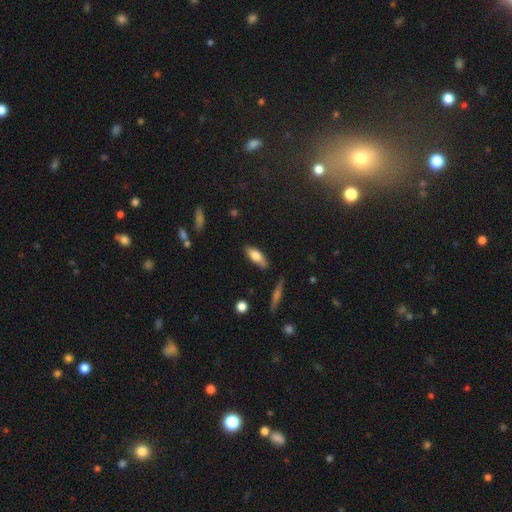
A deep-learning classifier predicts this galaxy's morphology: smooth_or_featured: smooth (p=0.73) [alt: featured or disk p=0.20]
how_rounded: in between (p=0.69) [alt: cigar-shaped p=0.28]
merging: none (p=0.75) [alt: minor disturbance p=0.19]